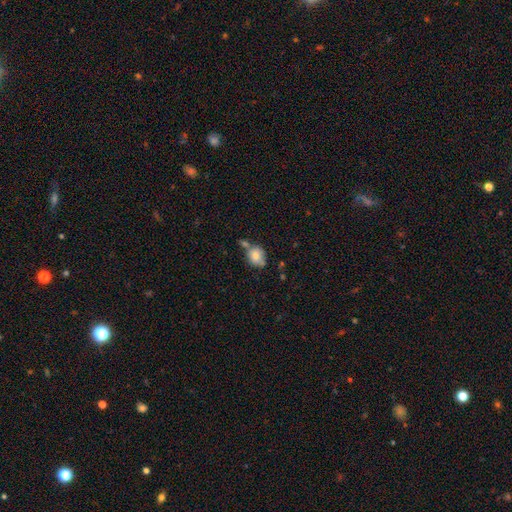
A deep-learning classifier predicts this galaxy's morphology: A smooth galaxy with no disk features (76%) that is round (65%).

Vote fractions:
- Smooth or featured? smooth: 76% / featured or disk: 14% / star or artifact: 9%
- How rounded? round: 65% / in between: 34% / cigar-shaped: 1%
- Merging? none: 51% / merger: 25% / minor disturbance: 19% / major disturbance: 5%